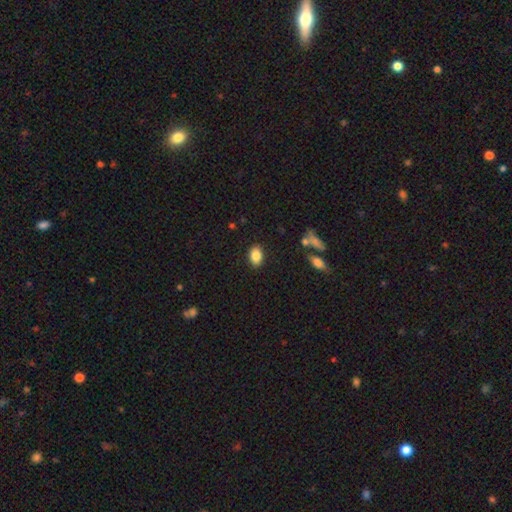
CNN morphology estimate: This appears to be a smooth galaxy with no disk features (84%) that is in between round and cigar-shaped (82%). Merging: none (86%).